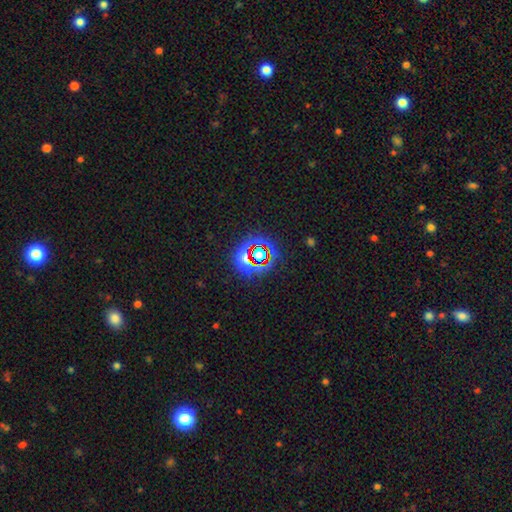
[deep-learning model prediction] Q: Smooth or featured?
A: star or artifact (71%); runner-up: smooth (20%)